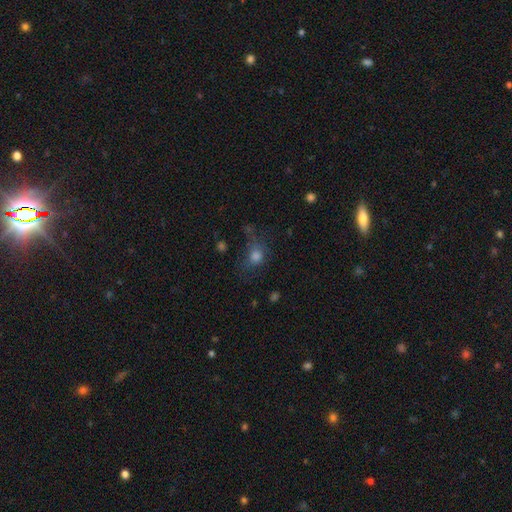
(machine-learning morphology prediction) A smooth galaxy with no disk features (65%) that is round (63%).

Vote fractions:
- Smooth or featured? smooth: 65% / star or artifact: 20% / featured or disk: 15%
- How rounded? round: 63% / in between: 35% / cigar-shaped: 2%
- Merging? none: 48% / major disturbance: 25% / minor disturbance: 22% / merger: 4%